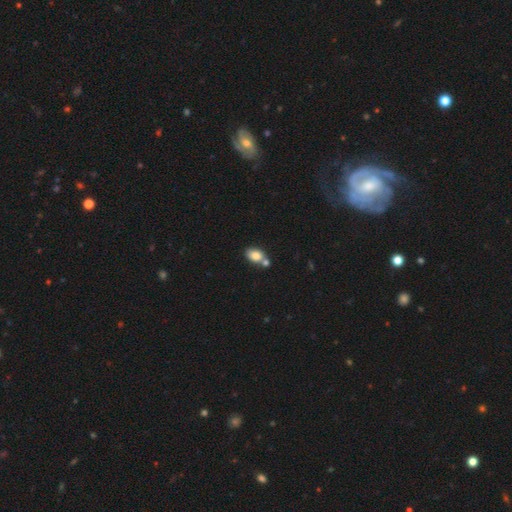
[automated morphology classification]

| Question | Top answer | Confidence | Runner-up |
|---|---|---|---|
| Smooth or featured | smooth | 82% | featured or disk (9%) |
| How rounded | in between | 81% | round (17%) |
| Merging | none | 53% | merger (31%) |